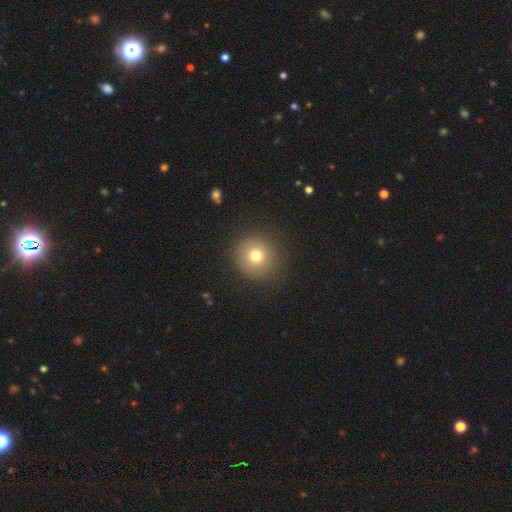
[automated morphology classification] A smooth galaxy with no disk features (73%) that is round (94%). Merging: none (86%).